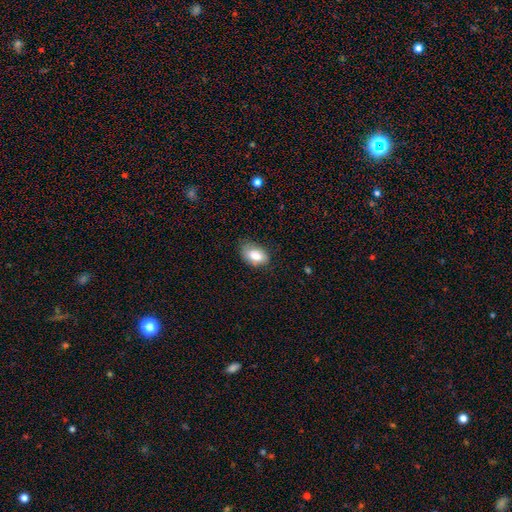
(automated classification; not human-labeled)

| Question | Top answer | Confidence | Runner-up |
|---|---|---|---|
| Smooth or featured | smooth | 81% | featured or disk (12%) |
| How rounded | in between | 90% | round (8%) |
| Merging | none | 66% | minor disturbance (27%) |